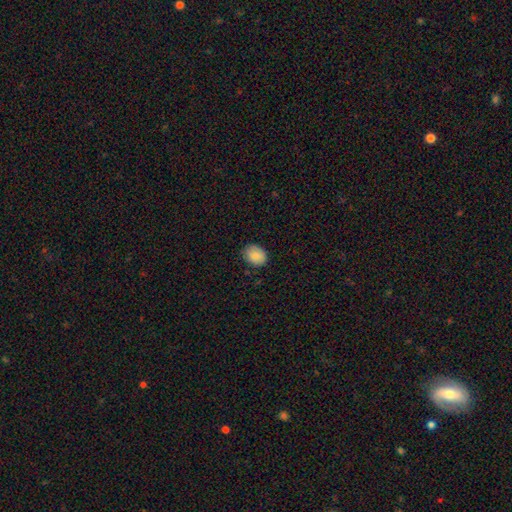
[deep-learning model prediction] Morphology: type=smooth (87%); roundness=in between (53%); merging=none (84%).